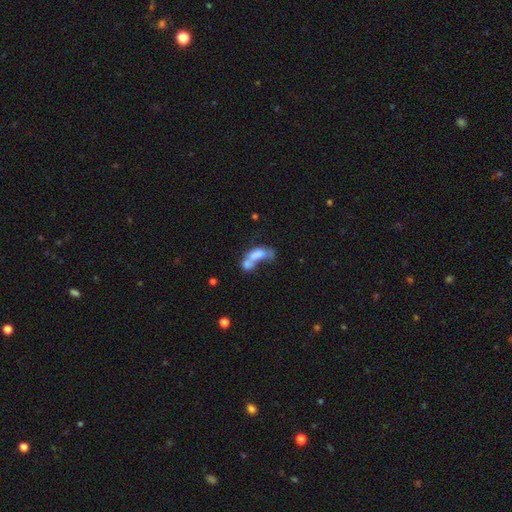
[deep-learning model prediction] A smooth galaxy with no disk features (64%) that is in between round and cigar-shaped (79%).

Vote fractions:
- Smooth or featured? smooth: 64% / featured or disk: 27% / star or artifact: 10%
- How rounded? in between: 79% / cigar-shaped: 14% / round: 7%
- Merging? merger: 67% / major disturbance: 14% / none: 12% / minor disturbance: 8%